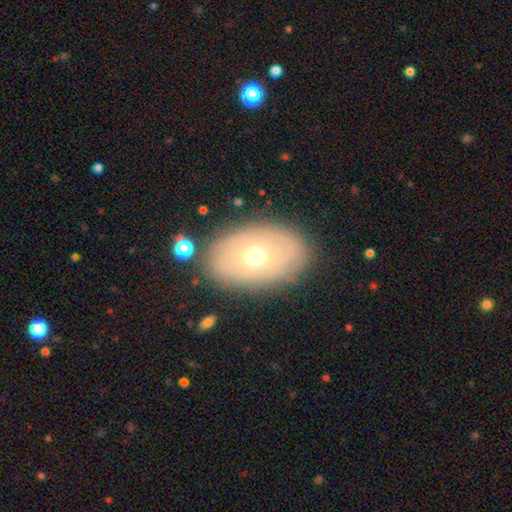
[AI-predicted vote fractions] The model was most divided on "smooth or featured": featured or disk: 49%, smooth: 42%, star or artifact: 9%. More confident: merging — none (83%).